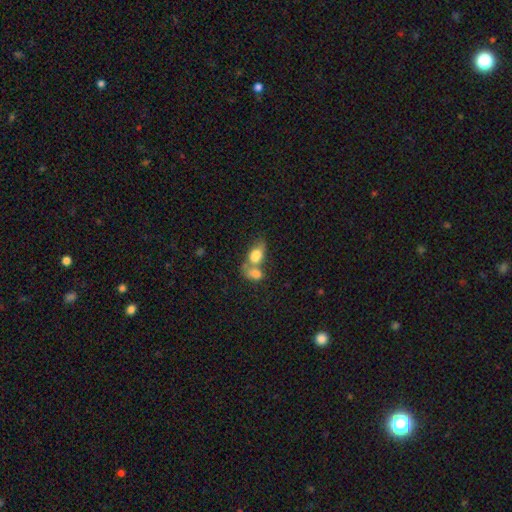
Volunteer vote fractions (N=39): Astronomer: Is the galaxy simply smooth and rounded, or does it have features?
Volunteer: smooth — 74%.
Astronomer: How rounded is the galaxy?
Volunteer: in between — 79%.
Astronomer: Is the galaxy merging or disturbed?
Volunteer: merger — 75%.